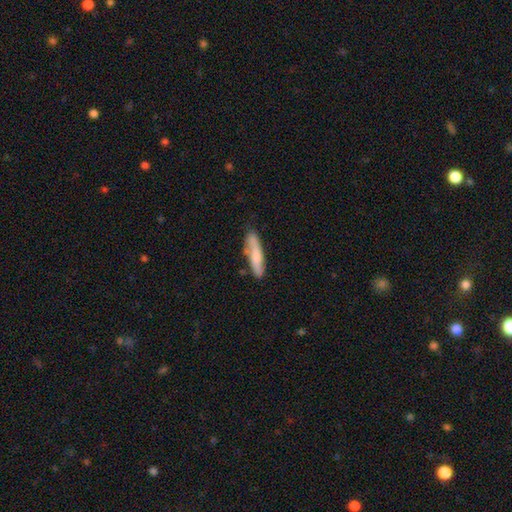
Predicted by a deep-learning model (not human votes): This is likely a smooth galaxy (63%). How rounded: likely cigar-shaped (79%). Merging: likely none (71%).